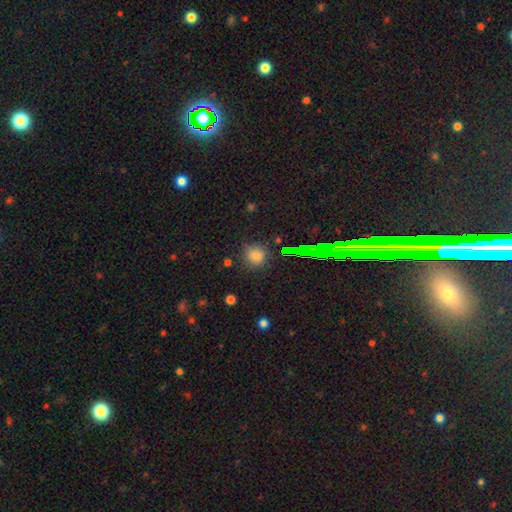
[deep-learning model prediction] Smooth or featured?
  - smooth: 71% *
  - star or artifact: 21%
  - featured or disk: 7%
How rounded?
  - round: 88% *
  - in between: 10%
  - cigar-shaped: 1%
Merging?
  - none: 80% *
  - minor disturbance: 13%
  - major disturbance: 4%
  - merger: 3%